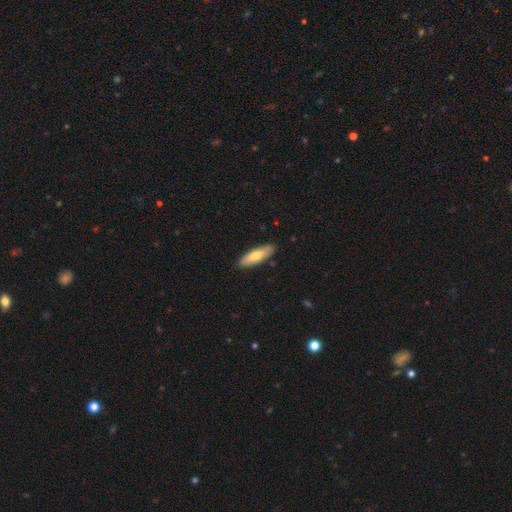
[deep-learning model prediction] Smooth or featured? Predicted: smooth (p=0.68). How rounded? Predicted: in between (p=0.50). Merging? Predicted: none (p=0.88).